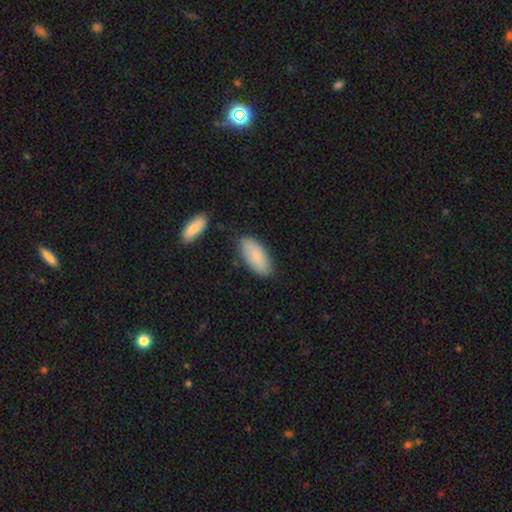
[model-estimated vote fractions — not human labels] Smooth or featured?
  - smooth: 82% *
  - featured or disk: 12%
  - star or artifact: 6%
How rounded?
  - in between: 89% *
  - cigar-shaped: 9%
  - round: 2%
Merging?
  - none: 81% *
  - minor disturbance: 13%
  - merger: 3%
  - major disturbance: 3%